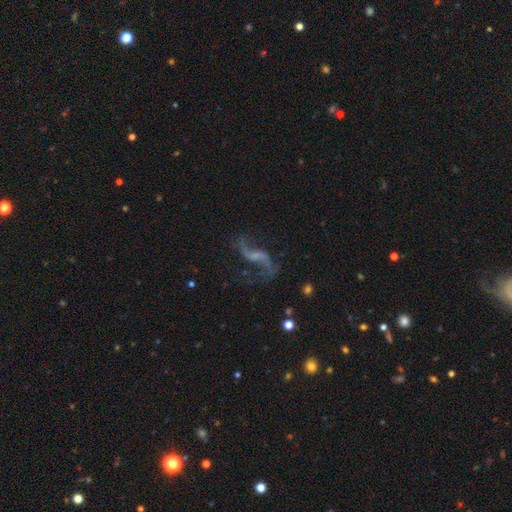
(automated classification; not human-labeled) Overall: featured or disk (83%). Edge-on disk: no (95%). Bar: weak (44%; no 31%). Spiral arms: yes (94%). Spiral arm count: 2 (92%). Spiral winding: loose (86%). Bulge size: none (47%; small 37%). Merging: none (69%).